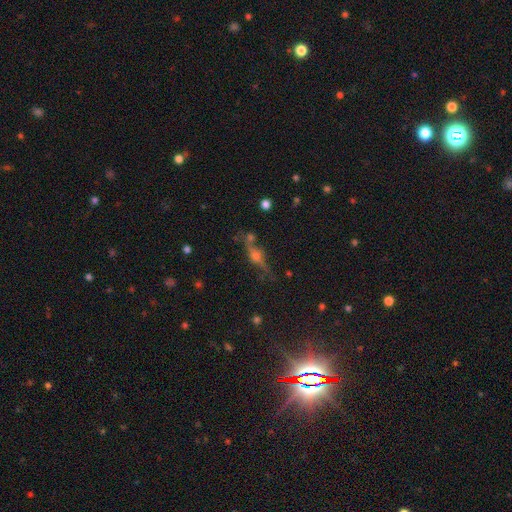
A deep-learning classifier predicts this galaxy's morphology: Smooth or featured? featured or disk (57%)
Edge-on disk? yes (80%)
Merging? none (66%)